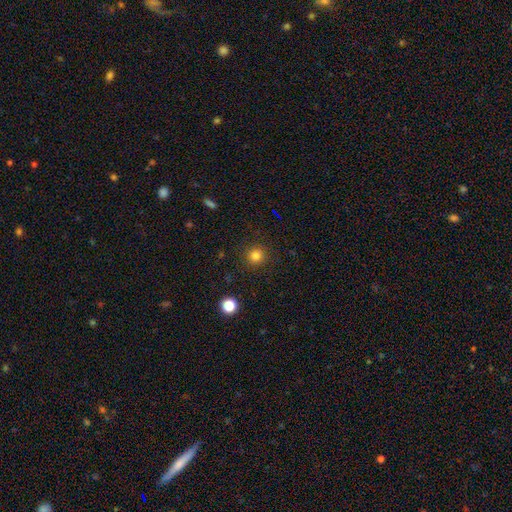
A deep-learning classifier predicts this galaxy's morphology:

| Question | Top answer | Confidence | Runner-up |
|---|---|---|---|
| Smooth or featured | smooth | 81% | star or artifact (14%) |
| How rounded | round | 93% | in between (6%) |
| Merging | none | 90% | minor disturbance (6%) |